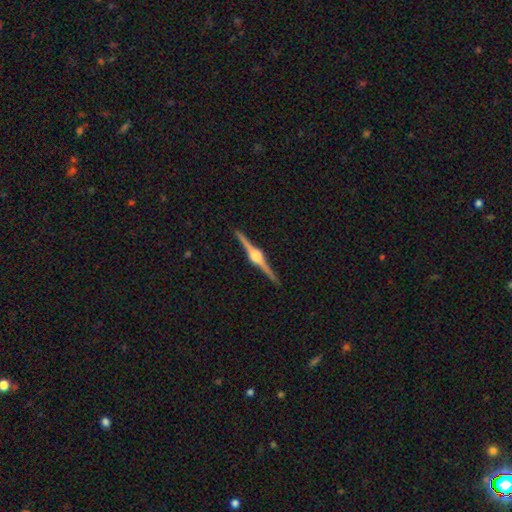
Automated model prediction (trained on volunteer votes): Overall: featured or disk (91%). Edge-on disk: yes (99%). Edge-on bulge: rounded (95%). Merging: none (93%).